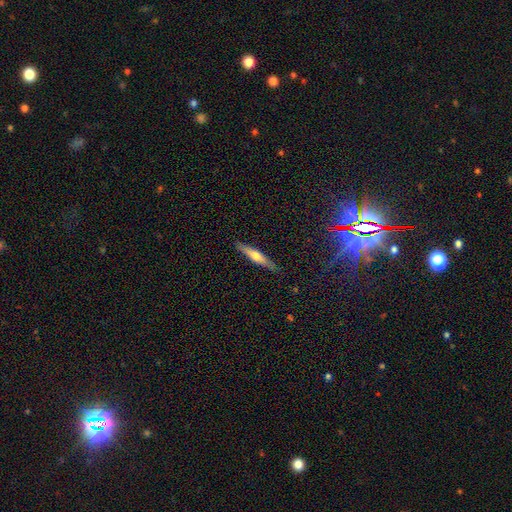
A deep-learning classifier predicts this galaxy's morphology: Smooth or featured? Predicted: featured or disk (p=0.51). Edge-on disk? Predicted: yes (p=0.94). Merging? Predicted: none (p=0.88).